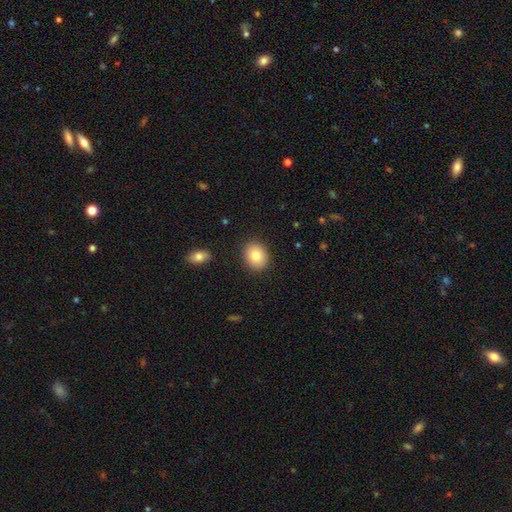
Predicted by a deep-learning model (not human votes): The model was most divided on "how rounded": round: 50%, in between: 49%, cigar-shaped: 1%. More confident: merging — none (89%); smooth or featured — smooth (82%).